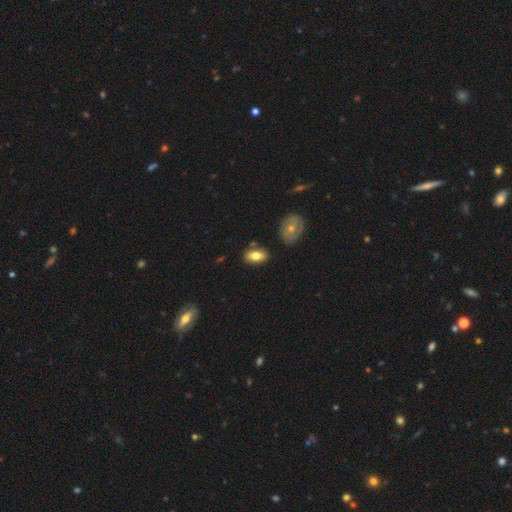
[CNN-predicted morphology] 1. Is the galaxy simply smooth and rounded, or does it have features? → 77% smooth, 16% featured or disk, 7% star or artifact.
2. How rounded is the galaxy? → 89% in between, 6% round, 5% cigar-shaped.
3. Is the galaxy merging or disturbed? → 81% none, 12% minor disturbance, 5% merger, 2% major disturbance.